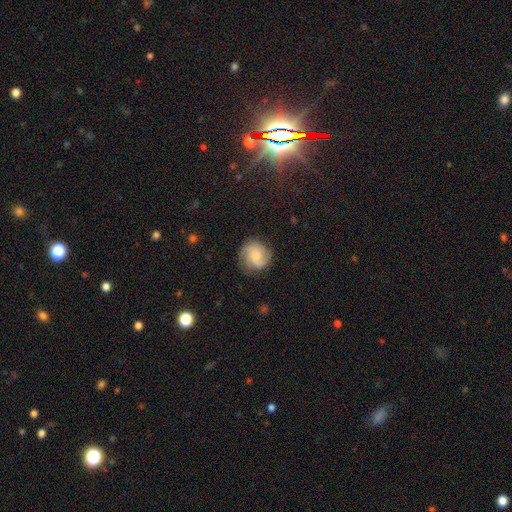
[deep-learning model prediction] Smooth or featured? Predicted: featured or disk (p=0.49). Merging? Predicted: none (p=0.76).